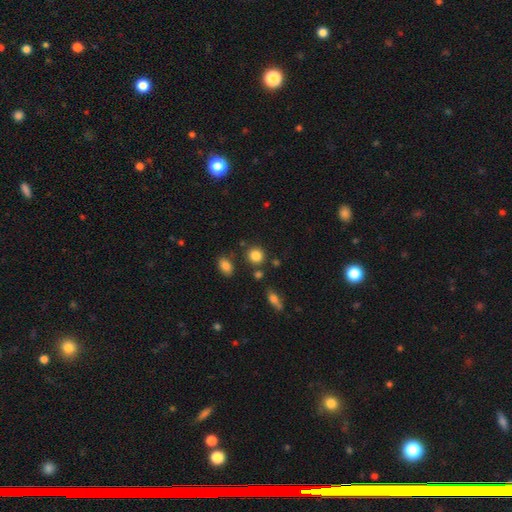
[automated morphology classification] This is clearly a smooth galaxy (84%). How rounded: clearly round (84%). Merging: clearly none (82%).